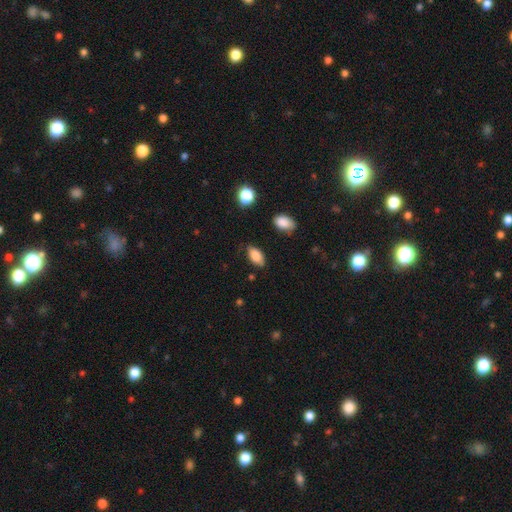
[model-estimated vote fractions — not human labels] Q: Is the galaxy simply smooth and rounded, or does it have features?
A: smooth — 85%.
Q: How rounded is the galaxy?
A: in between — 92%.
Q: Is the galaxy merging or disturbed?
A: none — 76%.